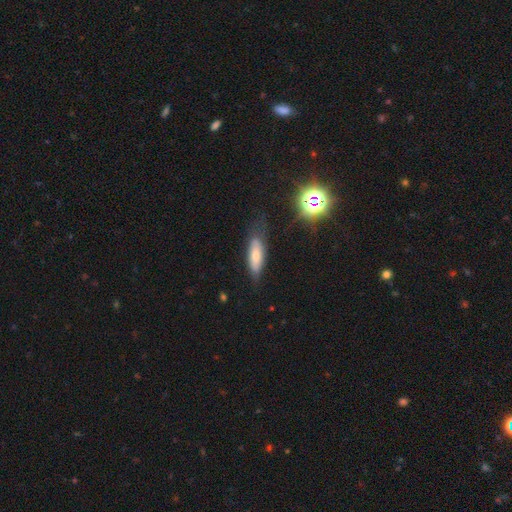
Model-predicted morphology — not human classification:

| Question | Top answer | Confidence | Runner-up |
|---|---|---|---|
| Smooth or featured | smooth | 65% | featured or disk (26%) |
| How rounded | in between | 56% | cigar-shaped (42%) |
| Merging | none | 61% | minor disturbance (26%) |